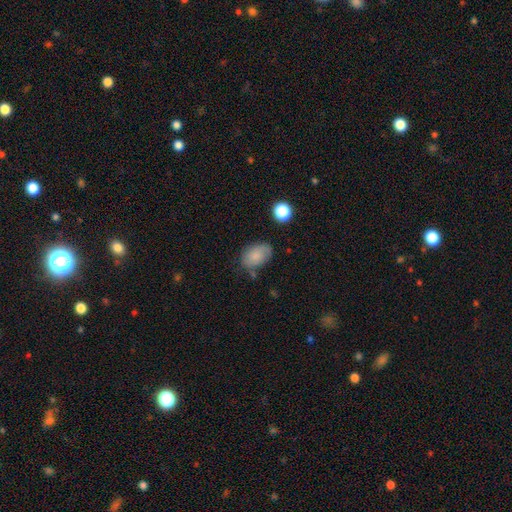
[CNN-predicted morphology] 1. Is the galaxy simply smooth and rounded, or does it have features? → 73% smooth, 18% featured or disk, 9% star or artifact.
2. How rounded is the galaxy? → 82% in between, 16% round, 1% cigar-shaped.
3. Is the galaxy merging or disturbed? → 63% none, 26% minor disturbance, 7% major disturbance, 5% merger.